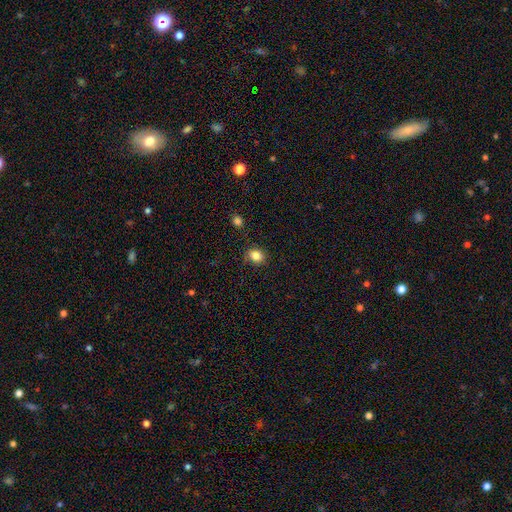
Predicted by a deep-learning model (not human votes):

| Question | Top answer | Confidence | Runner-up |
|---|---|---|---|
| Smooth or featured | smooth | 84% | star or artifact (11%) |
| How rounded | round | 57% | in between (42%) |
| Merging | none | 82% | minor disturbance (13%) |